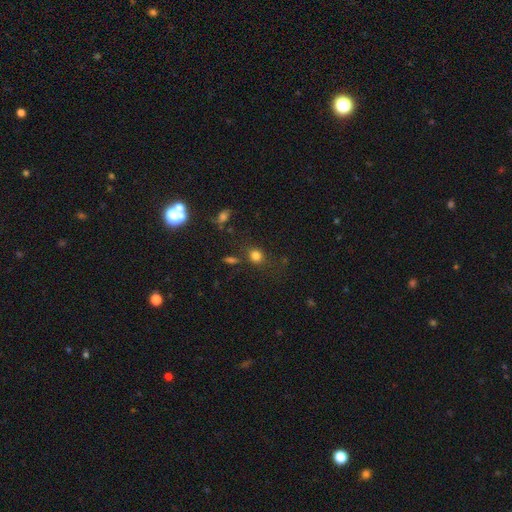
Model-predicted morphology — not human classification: This is likely a smooth galaxy (78%). How rounded: likely round (75%). Merging: likely none (73%).